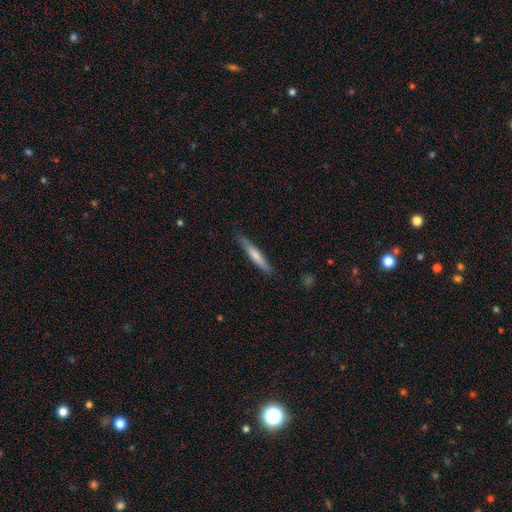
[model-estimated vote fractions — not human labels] smooth-or-featured: smooth: 68% | featured or disk: 26% | star or artifact: 5%
  how-rounded: cigar-shaped: 93% | in between: 6% | round: 1%
  merging: none: 85% | minor disturbance: 12% | major disturbance: 2% | merger: 1%